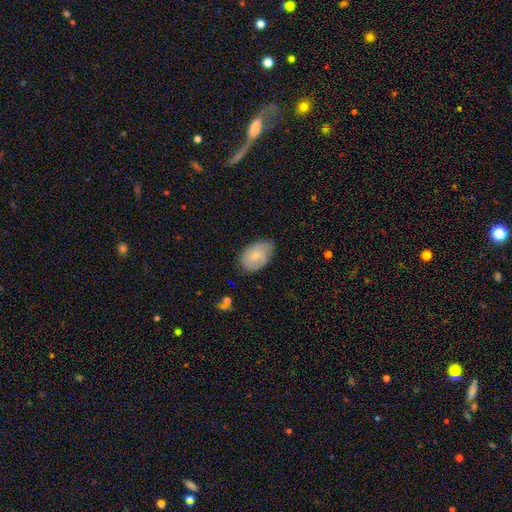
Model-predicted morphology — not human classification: This is likely a smooth galaxy (65%). How rounded: clearly in between (88%). Merging: likely none (65%).